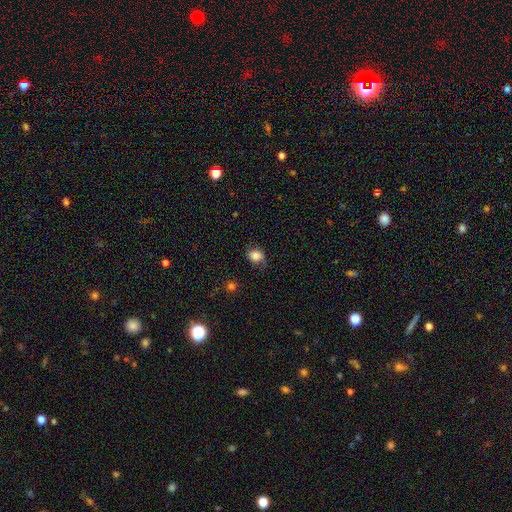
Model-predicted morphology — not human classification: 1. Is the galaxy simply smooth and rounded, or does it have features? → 81% smooth, 10% star or artifact, 9% featured or disk.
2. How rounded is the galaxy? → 64% round, 35% in between, 1% cigar-shaped.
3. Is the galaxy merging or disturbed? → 69% none, 23% minor disturbance, 7% major disturbance, 2% merger.